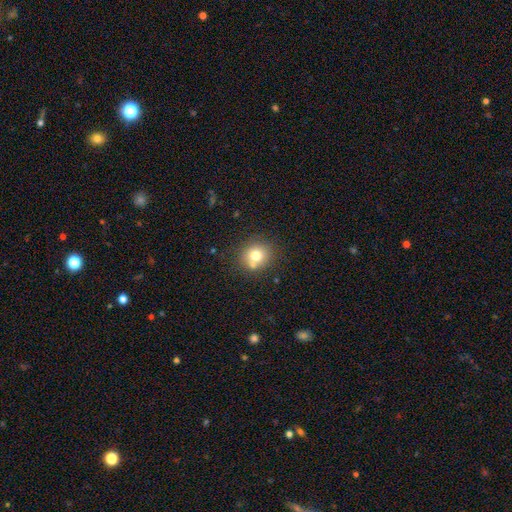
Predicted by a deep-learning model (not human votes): Morphology: type=smooth (73%); roundness=round (85%); merging=none (67%).